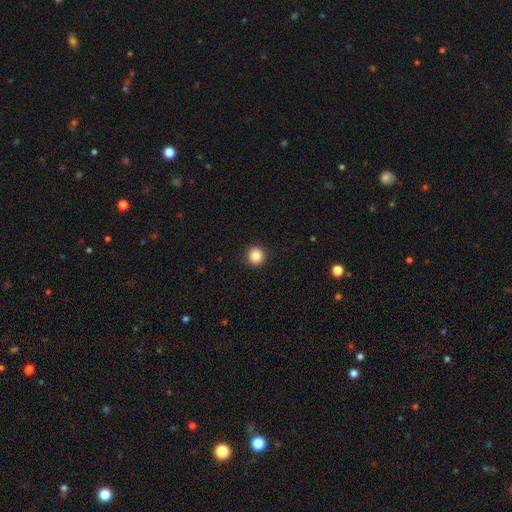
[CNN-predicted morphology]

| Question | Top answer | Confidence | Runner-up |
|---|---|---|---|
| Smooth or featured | smooth | 85% | star or artifact (10%) |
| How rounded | round | 95% | in between (4%) |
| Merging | none | 93% | minor disturbance (4%) |